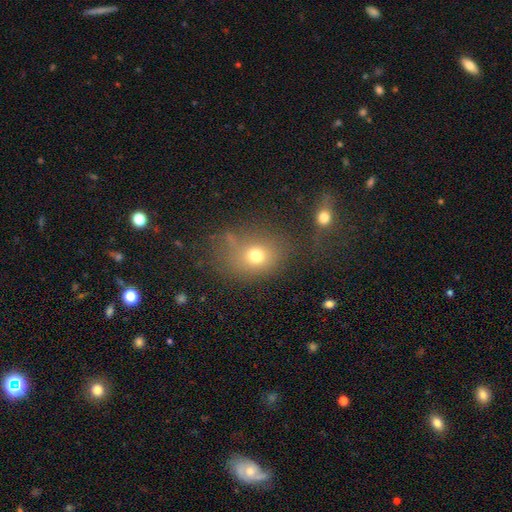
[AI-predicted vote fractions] Smooth or featured? Predicted: smooth (p=0.70). How rounded? Predicted: round (p=0.53). Merging? Predicted: none (p=0.56).